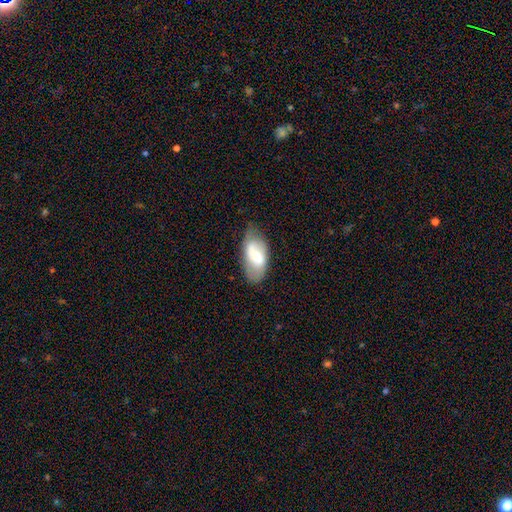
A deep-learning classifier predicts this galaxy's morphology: type=smooth (53%); roundness=in between (93%); merging=none (64%).